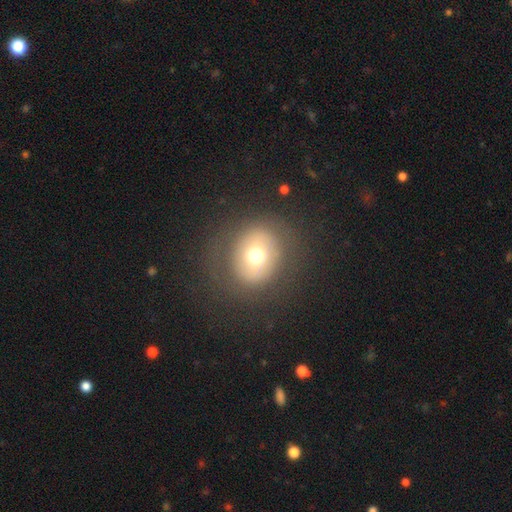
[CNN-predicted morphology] This appears to be a smooth galaxy with no disk features (61%) that is round (73%). Merging: none (80%).